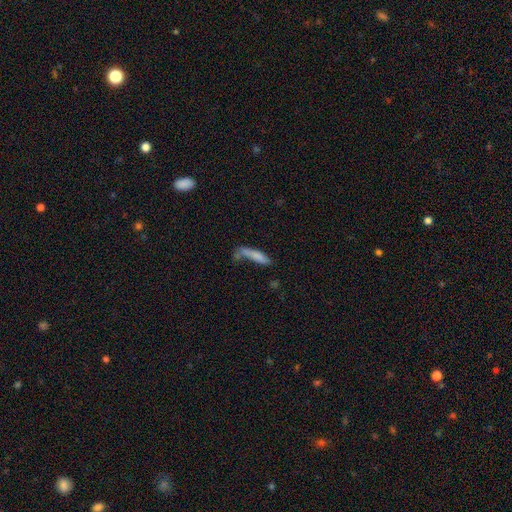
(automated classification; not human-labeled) Overall: smooth (75%). How rounded: cigar-shaped (78%). Merging: none (42%; merger 23%).